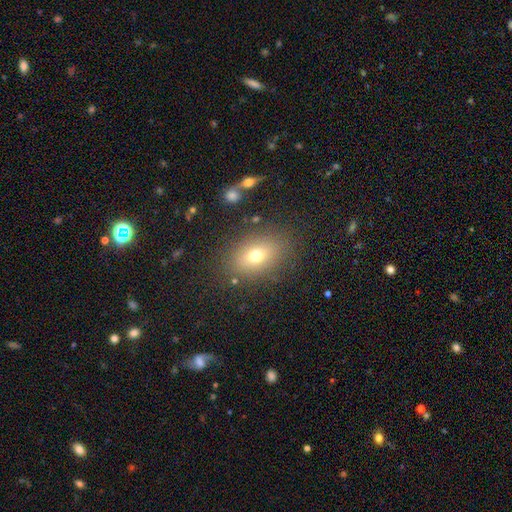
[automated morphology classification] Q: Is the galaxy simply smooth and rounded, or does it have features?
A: smooth — 72%.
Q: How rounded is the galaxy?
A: in between — 76%.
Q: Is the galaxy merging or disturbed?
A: none — 83%.